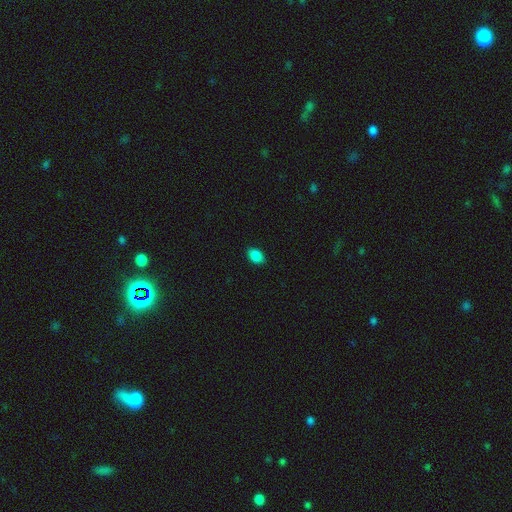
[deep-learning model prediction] Morphology: type=smooth (87%); roundness=in between (85%); merging=none (88%).